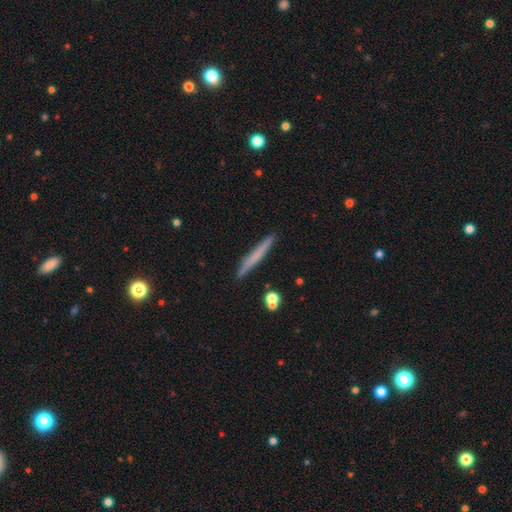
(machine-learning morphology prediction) Smooth or featured: smooth — 59% (featured or disk — 35%)
How rounded: cigar-shaped — 96% (in between — 2%)
Merging: none — 90% (minor disturbance — 7%)